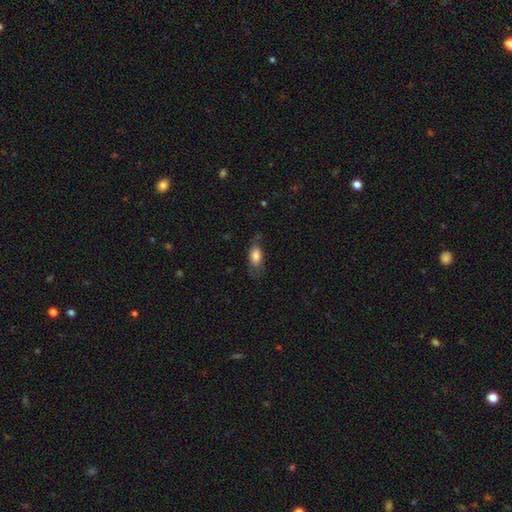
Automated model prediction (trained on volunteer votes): Smooth or featured?
  - smooth: 75% *
  - featured or disk: 17%
  - star or artifact: 7%
How rounded?
  - in between: 86% *
  - cigar-shaped: 10%
  - round: 5%
Merging?
  - none: 62% *
  - minor disturbance: 24%
  - major disturbance: 12%
  - merger: 1%